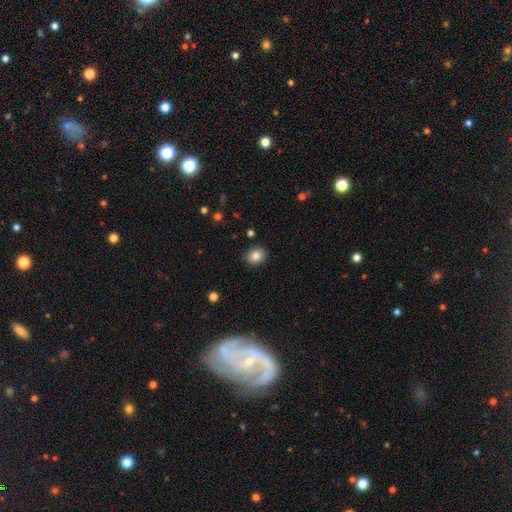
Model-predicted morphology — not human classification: Smooth or featured?
  - smooth: 84% *
  - star or artifact: 10%
  - featured or disk: 6%
How rounded?
  - round: 63% *
  - in between: 36%
  - cigar-shaped: 1%
Merging?
  - none: 89% *
  - minor disturbance: 8%
  - major disturbance: 2%
  - merger: 1%